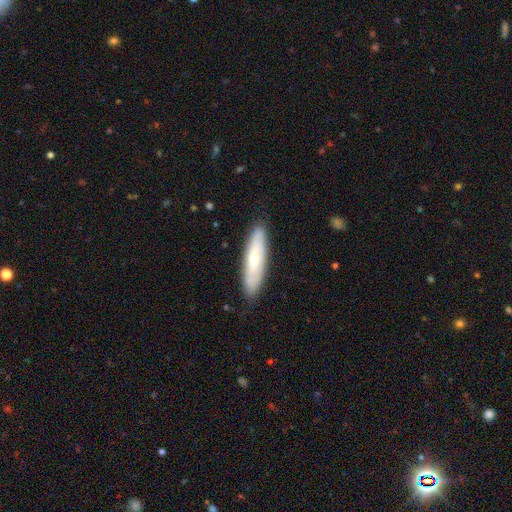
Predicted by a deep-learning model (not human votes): This is possibly a smooth galaxy (59%). How rounded: likely cigar-shaped (76%). Merging: clearly none (87%).